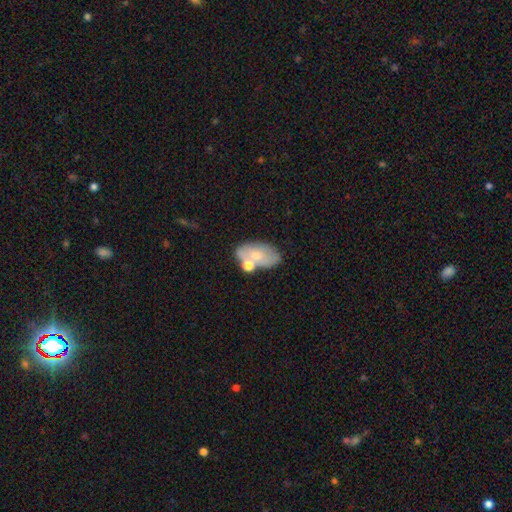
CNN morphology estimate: This appears to be a smooth galaxy with no disk features (60%) that is in between round and cigar-shaped (91%). Merging: none (53%).